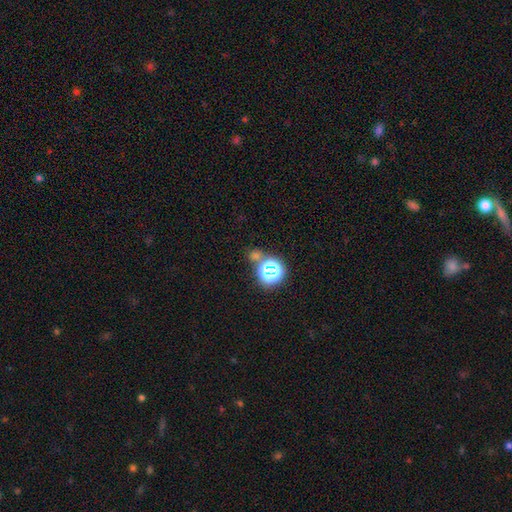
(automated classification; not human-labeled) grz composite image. It shows a star or artifact, not a galaxy (58%).